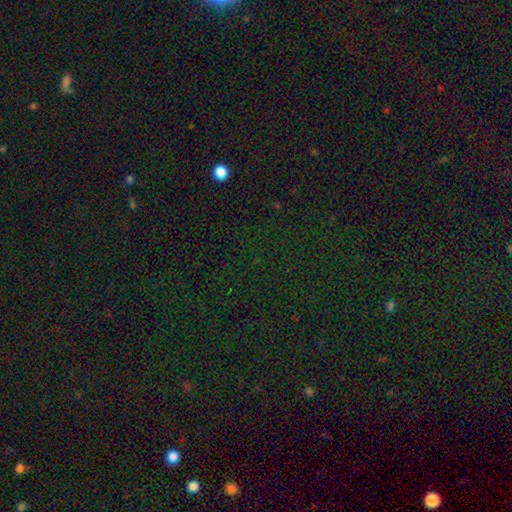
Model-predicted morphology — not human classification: Smooth or featured?
  - star or artifact: 78% *
  - smooth: 15%
  - featured or disk: 7%